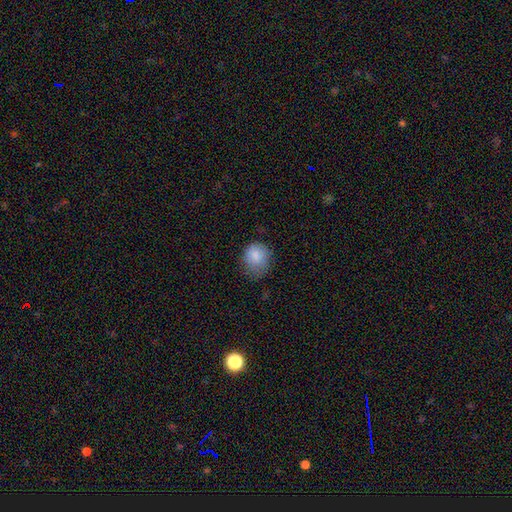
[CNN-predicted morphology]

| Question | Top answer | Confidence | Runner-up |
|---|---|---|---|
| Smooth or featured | smooth | 84% | star or artifact (8%) |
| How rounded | round | 68% | in between (31%) |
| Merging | none | 53% | minor disturbance (34%) |